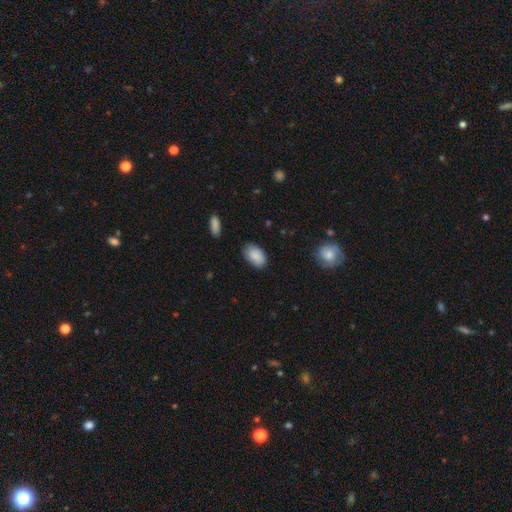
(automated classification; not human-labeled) smooth 88%, star or artifact 7%, featured or disk 5%. Down the decision tree: how rounded — in between (92%); merging — none (80%).